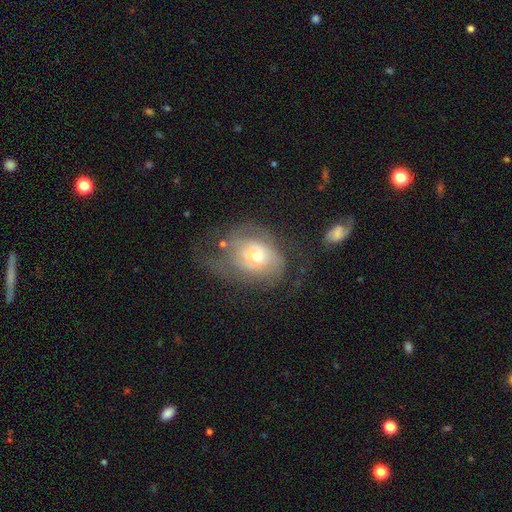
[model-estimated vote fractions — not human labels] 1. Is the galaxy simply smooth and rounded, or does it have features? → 55% featured or disk, 36% smooth, 9% star or artifact.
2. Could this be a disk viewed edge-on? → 95% no, 5% yes.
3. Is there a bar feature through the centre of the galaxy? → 77% no, 19% weak, 4% strong.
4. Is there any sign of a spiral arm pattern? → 61% yes, 39% no.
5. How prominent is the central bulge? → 54% moderate, 39% small, 5% large, 1% dominant, 1% none.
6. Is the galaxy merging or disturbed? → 36% none, 34% major disturbance, 24% minor disturbance, 5% merger.